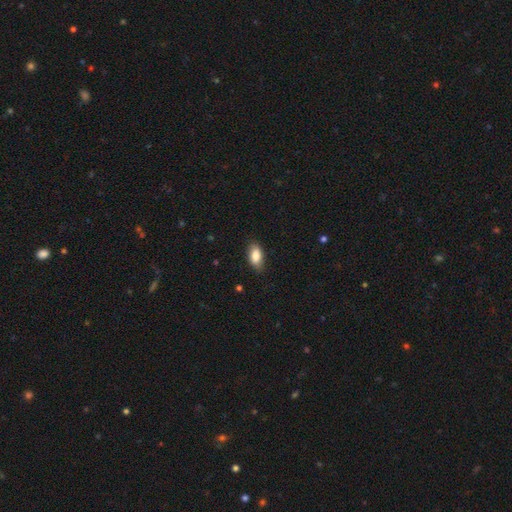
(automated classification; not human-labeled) Smooth or featured?
  - smooth: 84% *
  - featured or disk: 9%
  - star or artifact: 7%
How rounded?
  - in between: 90% *
  - cigar-shaped: 6%
  - round: 4%
Merging?
  - none: 82% *
  - minor disturbance: 14%
  - major disturbance: 3%
  - merger: 1%